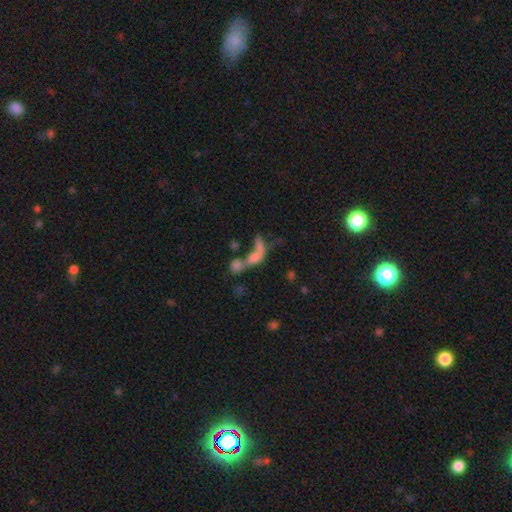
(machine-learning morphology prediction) Overall: smooth (51%; featured or disk 32%). How rounded: in between (60%; cigar-shaped 26%). Merging: merger (62%).